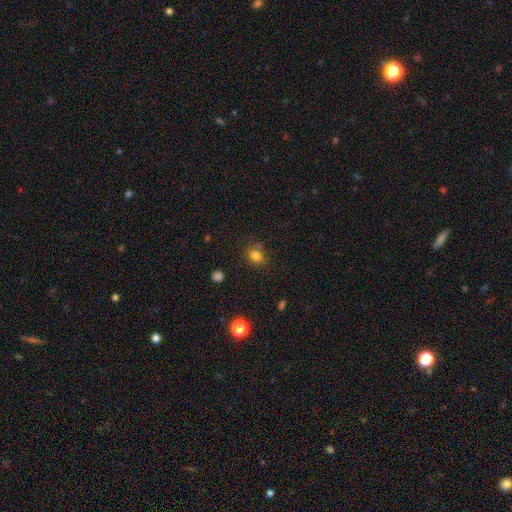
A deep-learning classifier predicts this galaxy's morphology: Smooth or featured?
  - smooth: 79% *
  - star or artifact: 15%
  - featured or disk: 6%
How rounded?
  - round: 67% *
  - in between: 32%
  - cigar-shaped: 1%
Merging?
  - none: 73% *
  - minor disturbance: 15%
  - merger: 7%
  - major disturbance: 5%